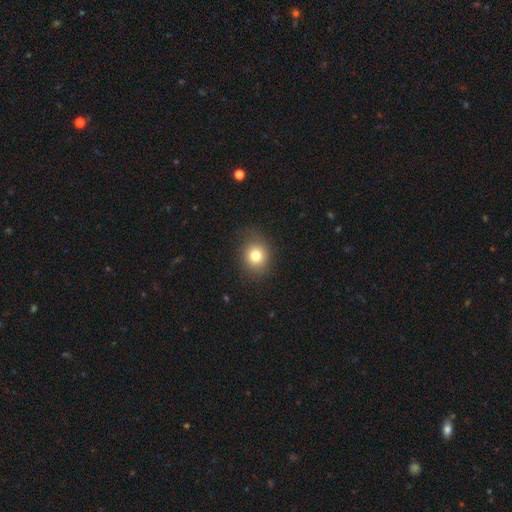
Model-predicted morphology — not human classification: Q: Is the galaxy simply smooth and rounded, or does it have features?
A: smooth — 78%.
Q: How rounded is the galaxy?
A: round — 70%.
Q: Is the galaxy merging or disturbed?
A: none — 81%.